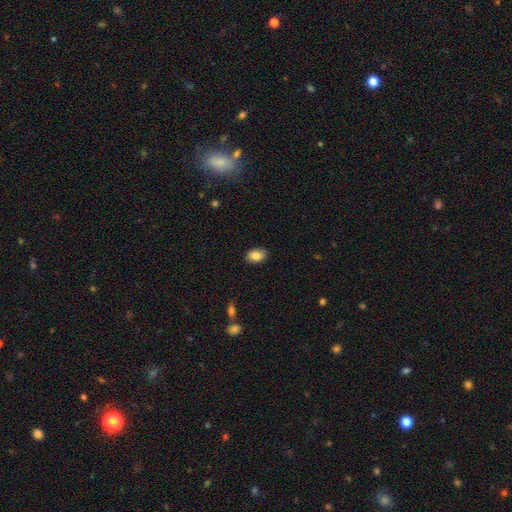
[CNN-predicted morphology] Smooth or featured: smooth — 86% (star or artifact — 7%)
How rounded: in between — 86% (round — 13%)
Merging: none — 88% (minor disturbance — 9%)